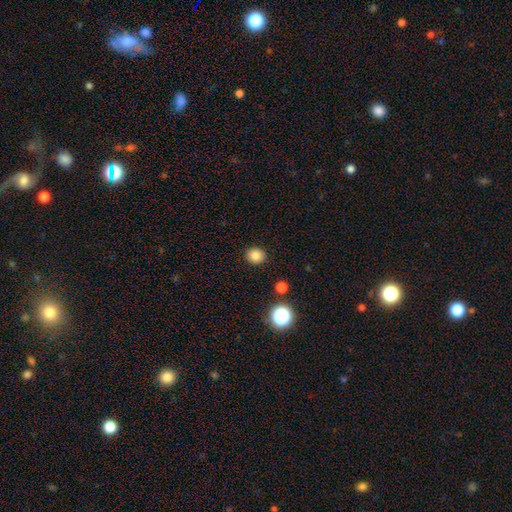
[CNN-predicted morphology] This is clearly a smooth galaxy (82%). How rounded: likely round (77%). Merging: clearly none (90%).